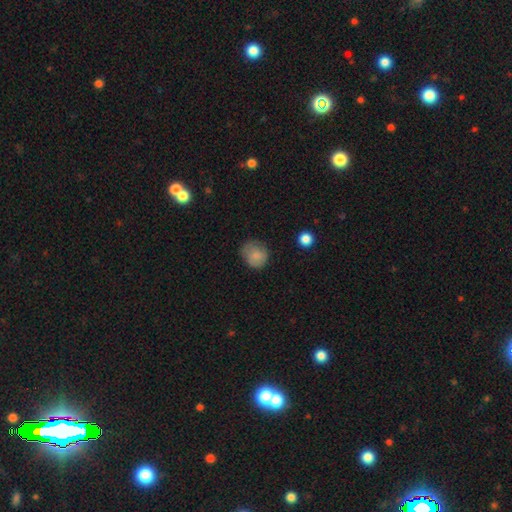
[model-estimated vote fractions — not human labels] Smooth or featured? smooth (80%)
How rounded? round (76%)
Merging? none (64%)